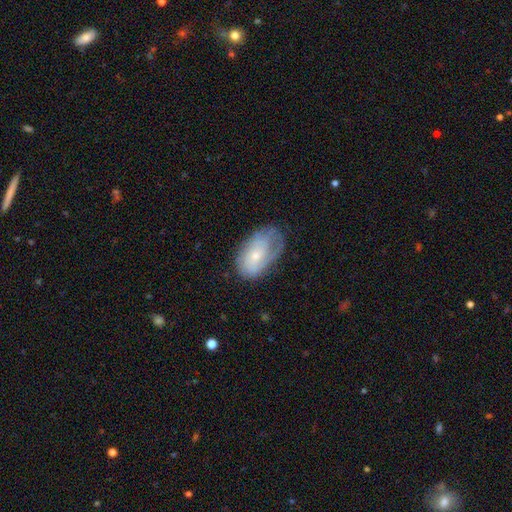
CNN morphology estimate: This appears to be a featured or disk galaxy (52%). Merging: none (55%).